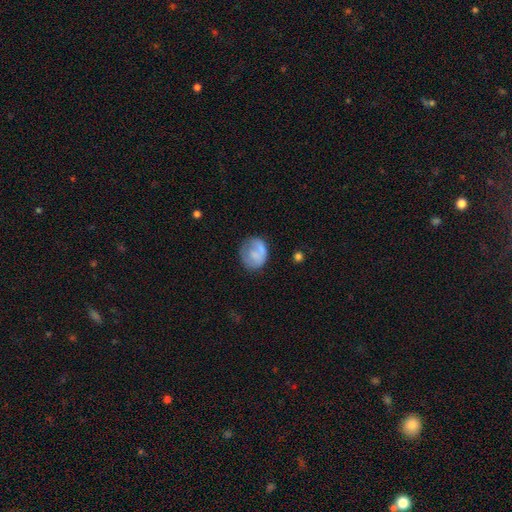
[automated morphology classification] smooth 69%, featured or disk 23%, star or artifact 8%. Down the decision tree: how rounded — round (70%); merging — none (54%).